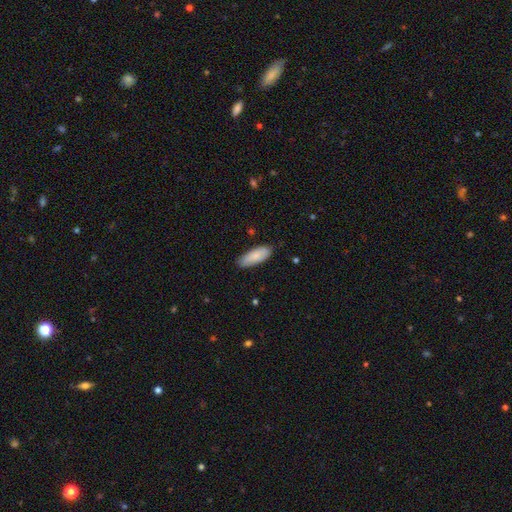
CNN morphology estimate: This is clearly a smooth galaxy (84%). How rounded: likely in between (71%). Merging: clearly none (81%).